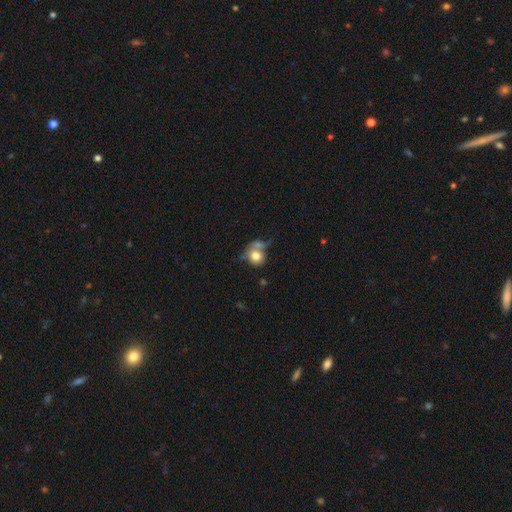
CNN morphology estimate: A smooth galaxy with no disk features (74%) that is round (75%).

Vote fractions:
- Smooth or featured? smooth: 74% / featured or disk: 17% / star or artifact: 9%
- How rounded? round: 75% / in between: 24% / cigar-shaped: 1%
- Merging? merger: 38% / none: 34% / minor disturbance: 15% / major disturbance: 14%